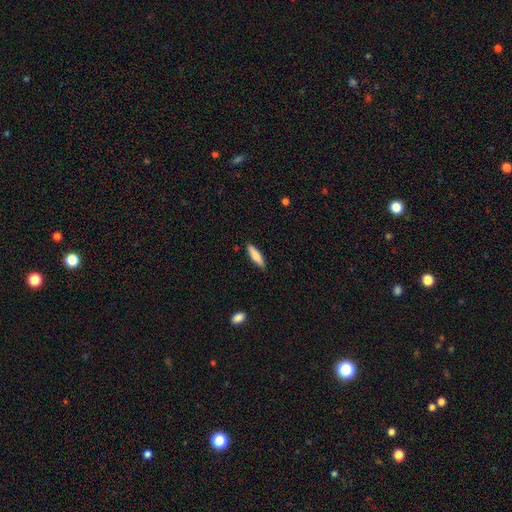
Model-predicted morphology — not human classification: smooth-or-featured: smooth: 76% | featured or disk: 18% | star or artifact: 6%
  how-rounded: cigar-shaped: 72% | in between: 27% | round: 2%
  merging: none: 87% | minor disturbance: 10% | major disturbance: 2% | merger: 1%